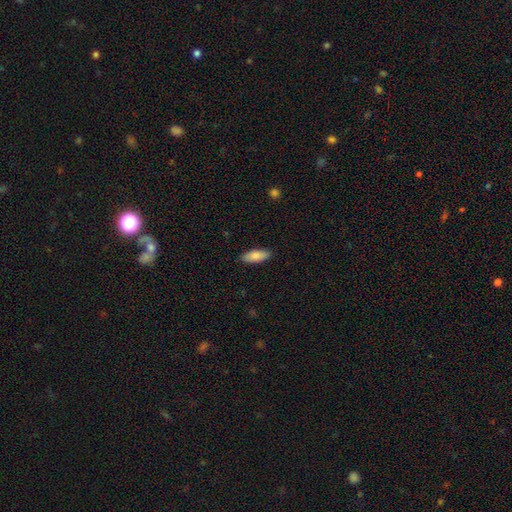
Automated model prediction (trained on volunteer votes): smooth_or_featured: smooth (p=0.85) [alt: featured or disk p=0.09]
how_rounded: in between (p=0.71) [alt: cigar-shaped p=0.28]
merging: none (p=0.89) [alt: minor disturbance p=0.08]